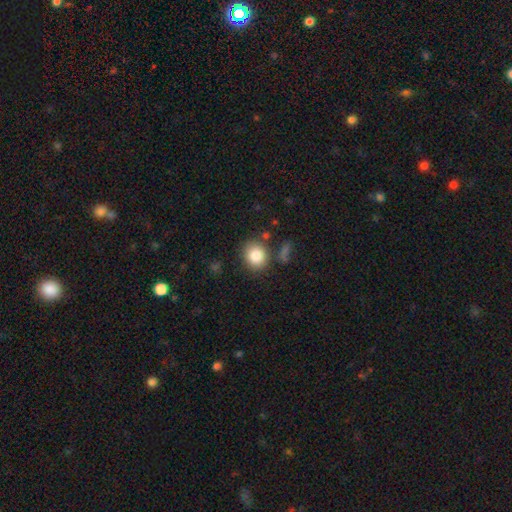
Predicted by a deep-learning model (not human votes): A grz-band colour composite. It shows a smooth galaxy with no disk features (86%) that is round (72%). Merging: none (78%).